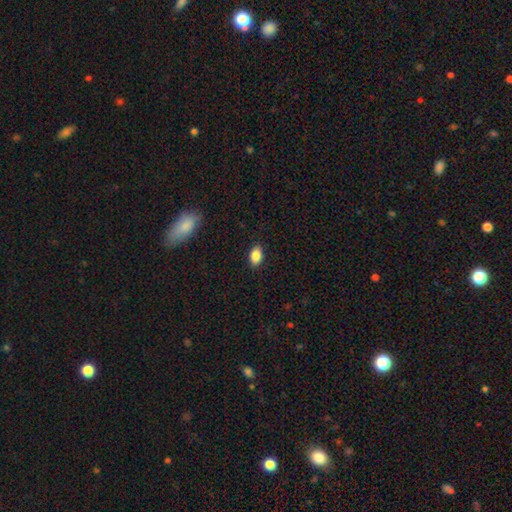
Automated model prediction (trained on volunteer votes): Overall: smooth (87%). How rounded: in between (86%). Merging: none (89%).